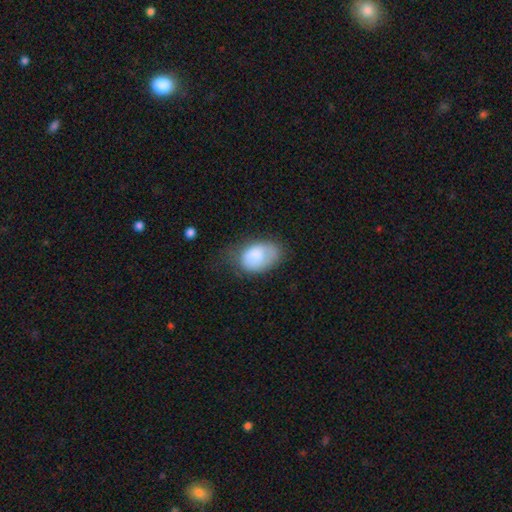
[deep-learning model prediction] Overall: smooth (79%). How rounded: in between (85%). Merging: none (44%; minor disturbance 33%).